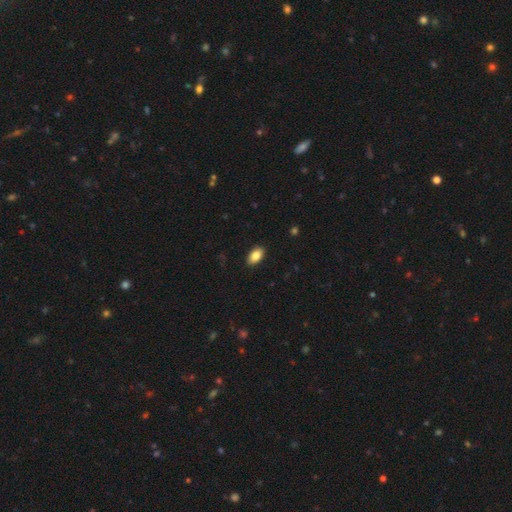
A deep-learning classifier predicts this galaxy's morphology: A smooth galaxy with no disk features (86%) that is in between round and cigar-shaped (93%).

Vote fractions:
- Smooth or featured? smooth: 86% / star or artifact: 7% / featured or disk: 7%
- How rounded? in between: 93% / round: 5% / cigar-shaped: 2%
- Merging? none: 89% / minor disturbance: 9% / major disturbance: 2% / merger: 1%